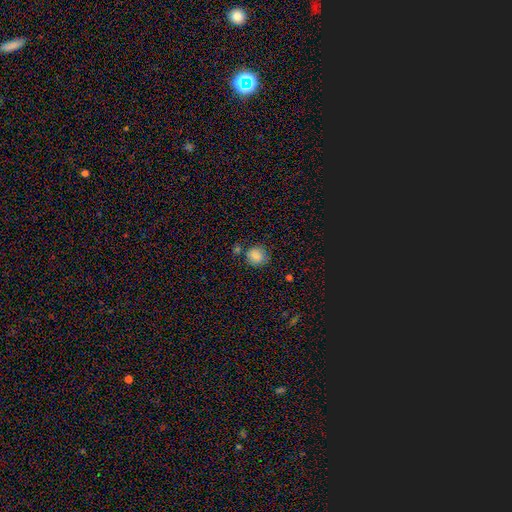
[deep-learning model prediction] This is clearly a smooth galaxy (85%). How rounded: clearly round (82%). Merging: likely none (72%).